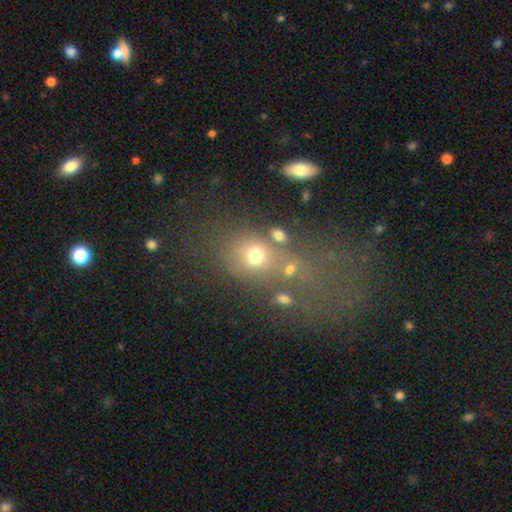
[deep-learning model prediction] Smooth or featured?
  - smooth: 67% *
  - star or artifact: 20%
  - featured or disk: 13%
How rounded?
  - round: 59% *
  - in between: 39%
  - cigar-shaped: 2%
Merging?
  - none: 50% *
  - merger: 25%
  - minor disturbance: 14%
  - major disturbance: 11%